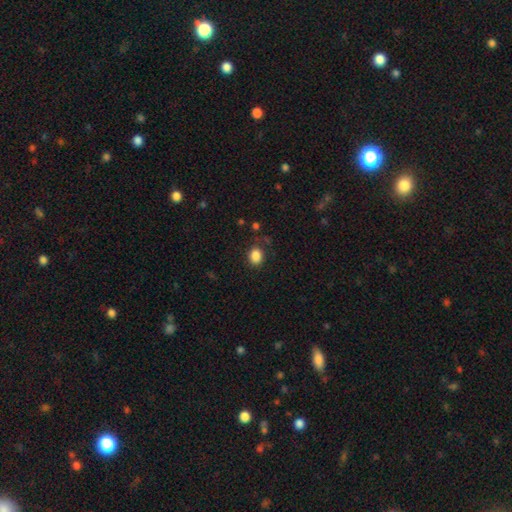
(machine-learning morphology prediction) A smooth galaxy with no disk features (86%) that is round (55%). Merging: none (80%).